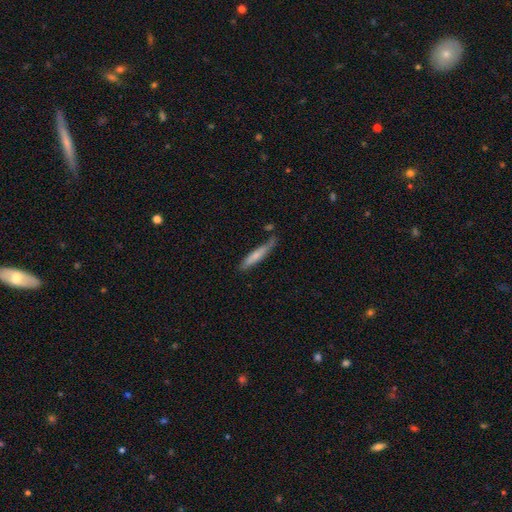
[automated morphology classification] type=smooth (67%); roundness=cigar-shaped (90%); merging=none (65%).